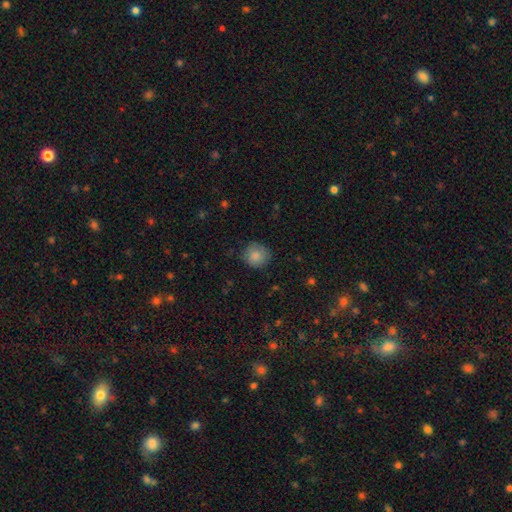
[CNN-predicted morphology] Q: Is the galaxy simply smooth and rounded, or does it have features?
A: smooth — 86%.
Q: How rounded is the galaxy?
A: round — 90%.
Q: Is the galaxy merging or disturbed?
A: none — 81%.